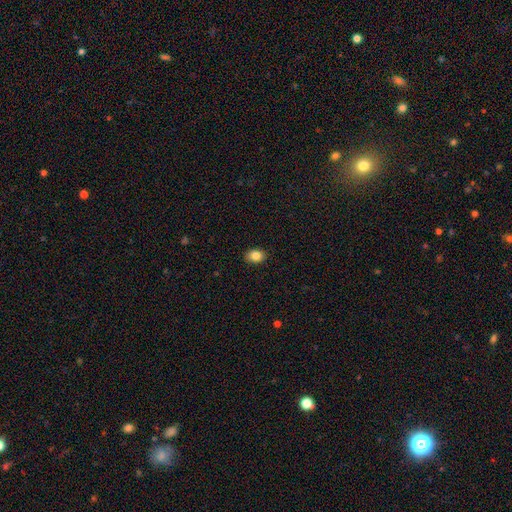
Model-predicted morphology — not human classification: Overall: smooth (85%). How rounded: in between (70%). Merging: none (90%).